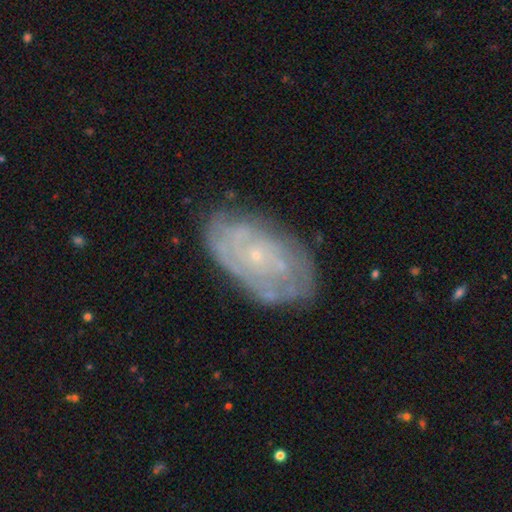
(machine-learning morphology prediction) smooth-or-featured: featured or disk: 73% | smooth: 19% | star or artifact: 8%
  disk-edge-on: no: 94% | yes: 6%
    bar: no: 84% | weak: 13% | strong: 3%
    has-spiral-arms: yes: 76% | no: 24%
      spiral-winding: tight: 72% | medium: 20% | loose: 7%
      spiral-arm-count: can't tell: 59% | 2: 13% | 3: 9% | 4: 8% | more than 4: 6% | 1: 5%
    bulge-size: small: 87% | moderate: 9% | none: 3% | large: 1% | dominant: 1%
  merging: none: 74% | minor disturbance: 18% | major disturbance: 6% | merger: 2%